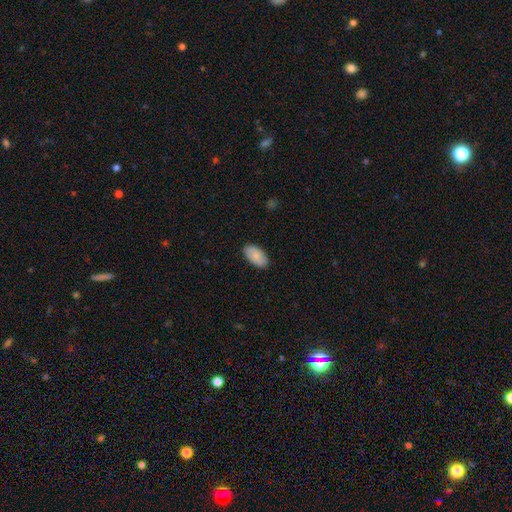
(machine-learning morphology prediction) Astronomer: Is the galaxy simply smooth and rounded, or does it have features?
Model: smooth — 84%.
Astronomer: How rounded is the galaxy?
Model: in between — 95%.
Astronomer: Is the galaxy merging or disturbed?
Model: none — 87%.